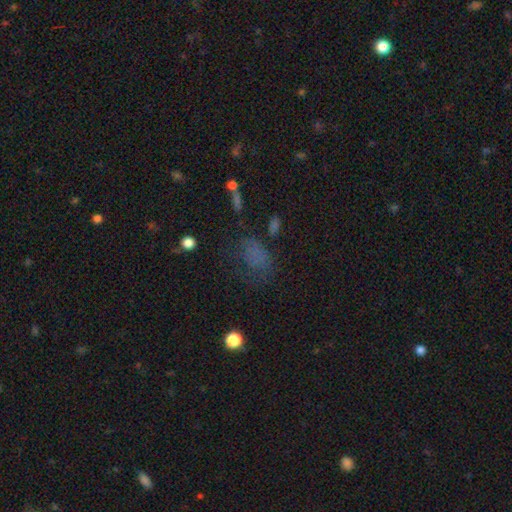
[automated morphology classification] A smooth galaxy with no disk features (63%) that is in between round and cigar-shaped (76%).

Vote fractions:
- Smooth or featured? smooth: 63% / star or artifact: 23% / featured or disk: 14%
- How rounded? in between: 76% / round: 21% / cigar-shaped: 3%
- Merging? none: 44% / major disturbance: 28% / minor disturbance: 24% / merger: 4%